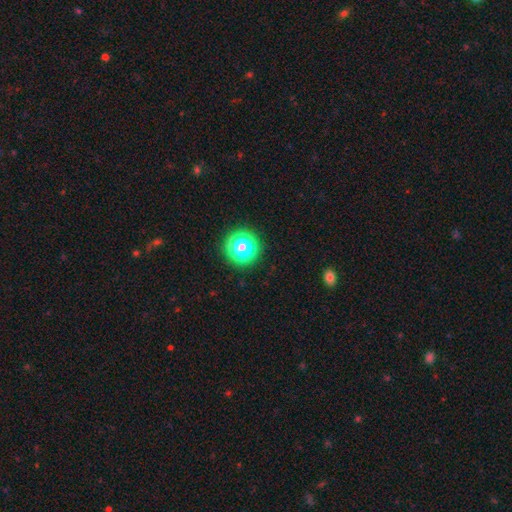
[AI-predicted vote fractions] A star or artifact, not a galaxy (63%).